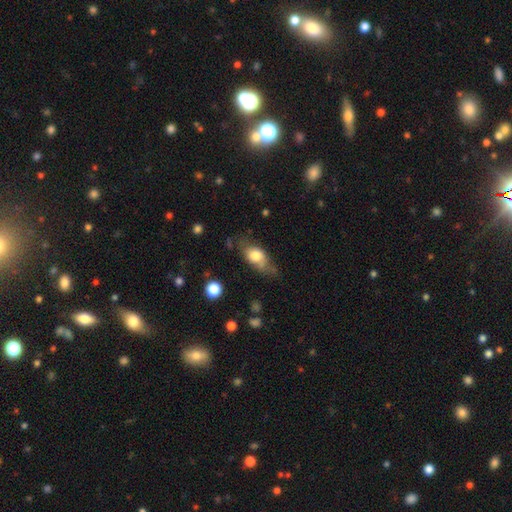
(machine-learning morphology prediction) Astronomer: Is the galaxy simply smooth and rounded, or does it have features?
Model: smooth — 70%.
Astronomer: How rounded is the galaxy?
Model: in between — 80%.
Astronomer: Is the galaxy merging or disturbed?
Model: none — 48% (runner-up: minor disturbance, 32%).